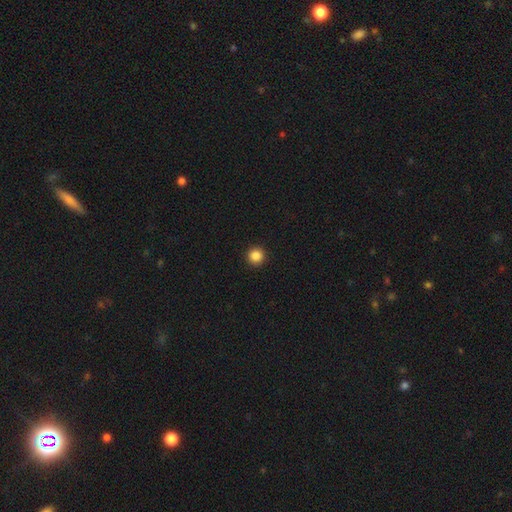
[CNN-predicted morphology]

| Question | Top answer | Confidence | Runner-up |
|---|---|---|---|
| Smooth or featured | smooth | 86% | star or artifact (11%) |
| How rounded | round | 96% | in between (3%) |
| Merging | none | 93% | minor disturbance (4%) |